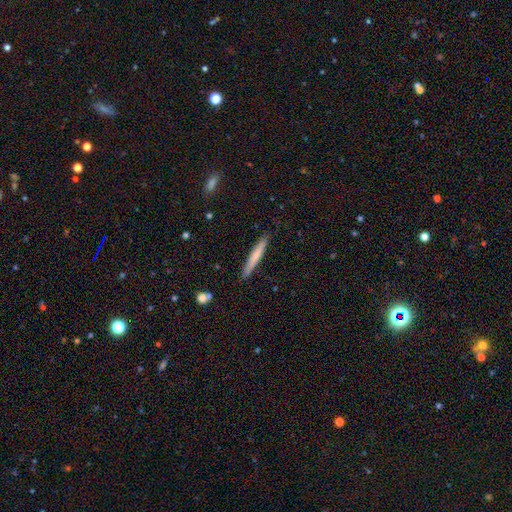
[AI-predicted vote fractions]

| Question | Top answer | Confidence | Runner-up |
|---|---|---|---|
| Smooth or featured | smooth | 68% | featured or disk (26%) |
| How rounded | cigar-shaped | 96% | in between (3%) |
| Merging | none | 88% | minor disturbance (9%) |